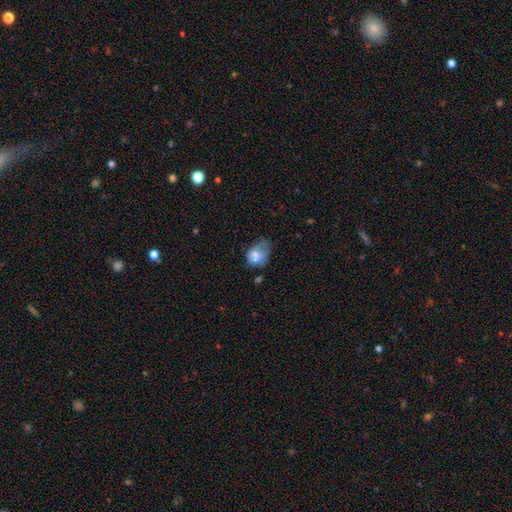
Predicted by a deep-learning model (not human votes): Smooth or featured? Predicted: smooth (p=0.68). How rounded? Predicted: in between (p=0.63). Merging? Predicted: minor disturbance (p=0.34, tied with major disturbance).